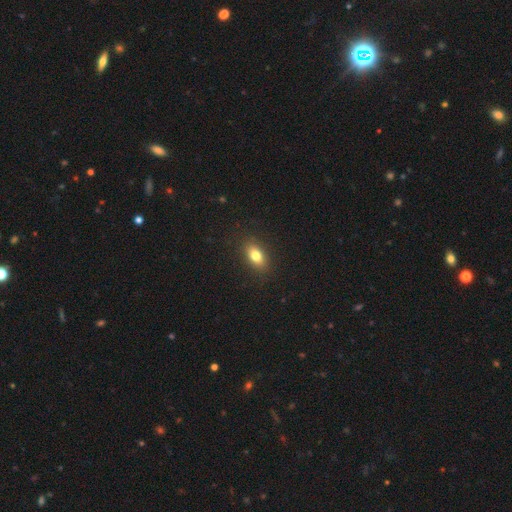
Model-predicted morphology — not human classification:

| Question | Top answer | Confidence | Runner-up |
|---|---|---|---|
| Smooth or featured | smooth | 79% | featured or disk (11%) |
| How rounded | in between | 84% | round (10%) |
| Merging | none | 88% | minor disturbance (8%) |